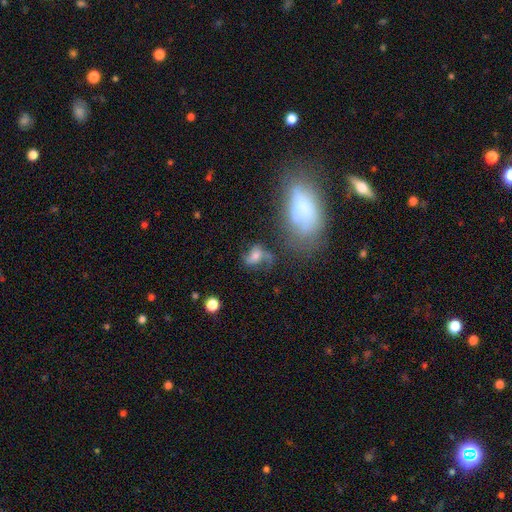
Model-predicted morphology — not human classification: featured or disk 52%, smooth 34%, star or artifact 14%. Down the decision tree: edge-on disk — no (95%); merging — none (42%).